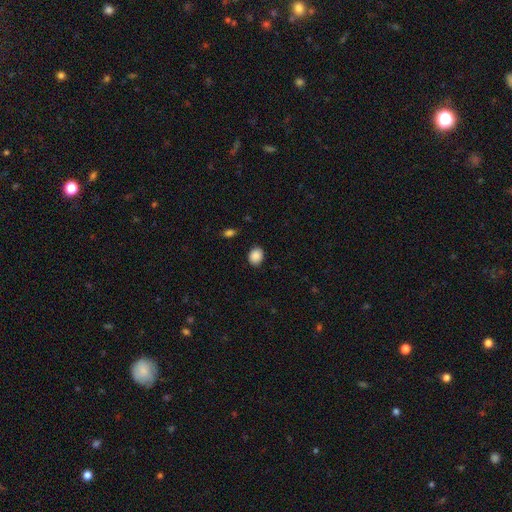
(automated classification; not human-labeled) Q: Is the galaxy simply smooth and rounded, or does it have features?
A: smooth — 89%.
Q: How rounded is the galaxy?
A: round — 56%.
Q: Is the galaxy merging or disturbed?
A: none — 89%.